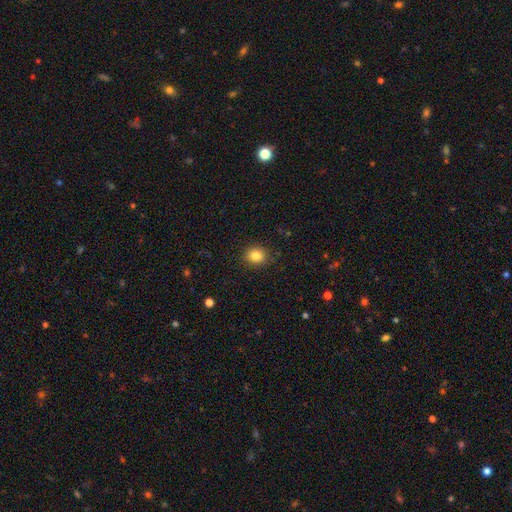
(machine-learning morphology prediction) type=smooth (84%); roundness=round (67%); merging=none (87%).